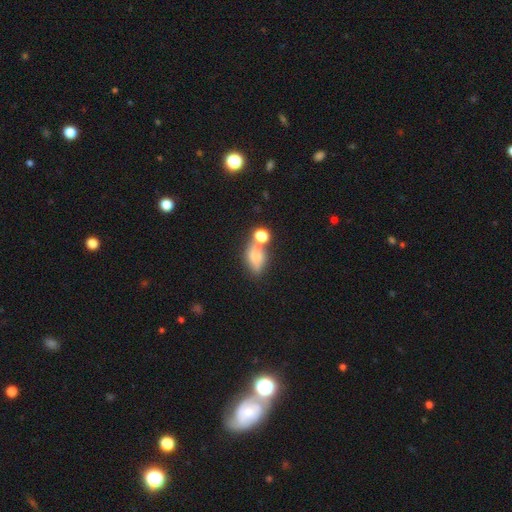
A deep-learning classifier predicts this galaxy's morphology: The model was most divided on "merging" (2-way tie): merger: 35%, none: 35%, minor disturbance: 18%, major disturbance: 12%. More confident: how rounded — in between (75%); smooth or featured — smooth (66%).